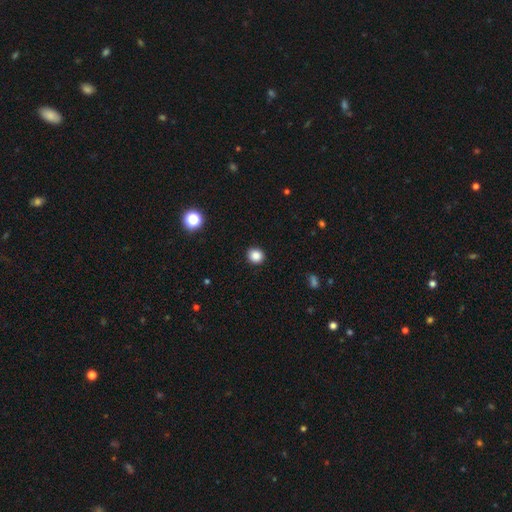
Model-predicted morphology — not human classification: A smooth galaxy with no disk features (86%) that is round (87%).

Vote fractions:
- Smooth or featured? smooth: 86% / star or artifact: 11% / featured or disk: 3%
- How rounded? round: 87% / in between: 12% / cigar-shaped: 1%
- Merging? none: 92% / minor disturbance: 5% / major disturbance: 2% / merger: 1%